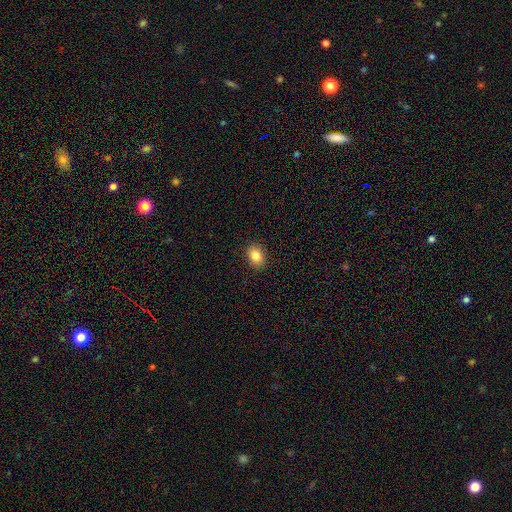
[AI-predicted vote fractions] A smooth galaxy with no disk features (85%) that is in between round and cigar-shaped (70%). Merging: none (89%).